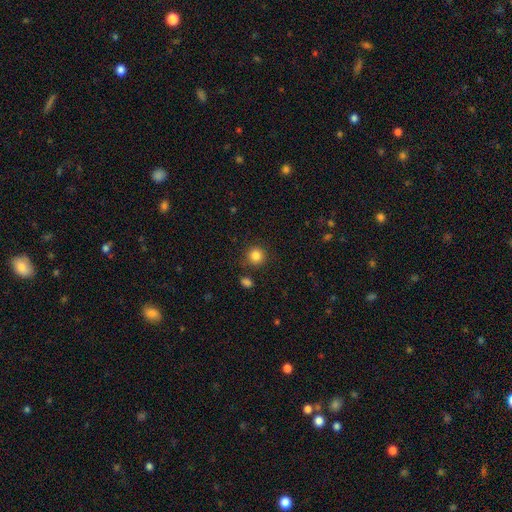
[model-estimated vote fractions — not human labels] Morphology: type=smooth (85%); roundness=round (92%); merging=none (86%).